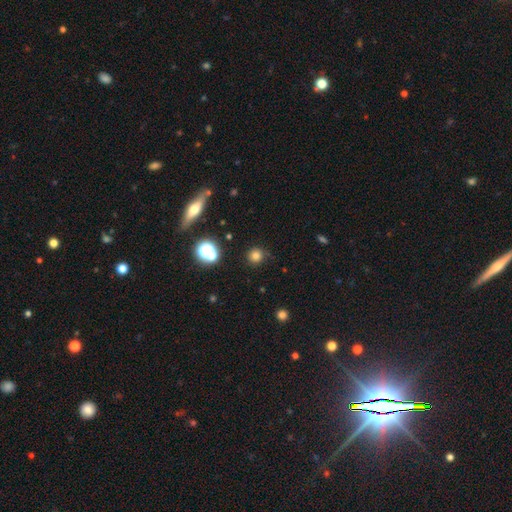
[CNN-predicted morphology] Smooth or featured?
  - smooth: 76% *
  - star or artifact: 17%
  - featured or disk: 7%
How rounded?
  - round: 93% *
  - in between: 6%
  - cigar-shaped: 1%
Merging?
  - none: 83% *
  - minor disturbance: 11%
  - major disturbance: 3%
  - merger: 2%